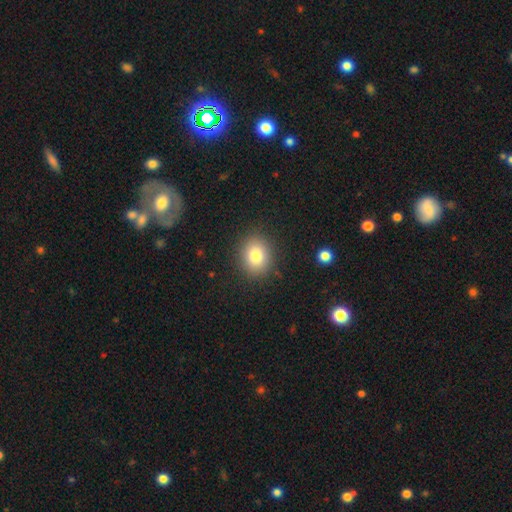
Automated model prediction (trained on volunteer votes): Smooth or featured? smooth (81%)
How rounded? round (69%)
Merging? none (88%)